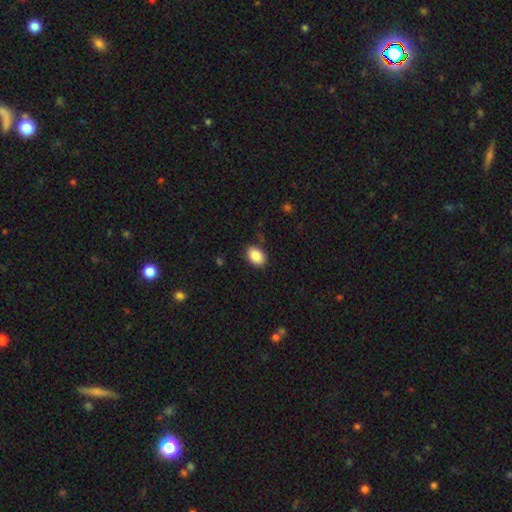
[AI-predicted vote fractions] Overall: smooth (87%). How rounded: in between (85%). Merging: none (84%).